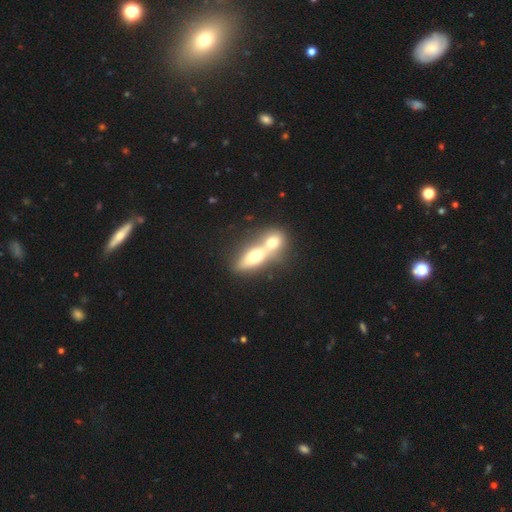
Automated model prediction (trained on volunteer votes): Overall: smooth (56%; featured or disk 36%). How rounded: in between (55%; cigar-shaped 31%). Merging: merger (72%).